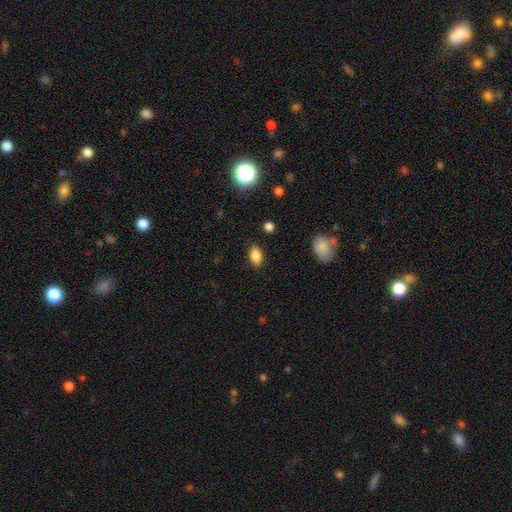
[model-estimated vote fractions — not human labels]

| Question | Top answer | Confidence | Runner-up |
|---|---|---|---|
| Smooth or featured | smooth | 84% | star or artifact (9%) |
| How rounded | in between | 89% | round (8%) |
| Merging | none | 85% | minor disturbance (11%) |